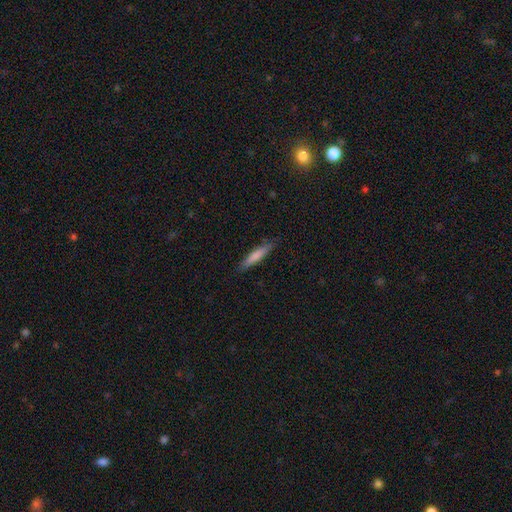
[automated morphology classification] This is likely a smooth galaxy (76%). How rounded: clearly cigar-shaped (89%). Merging: clearly none (86%).